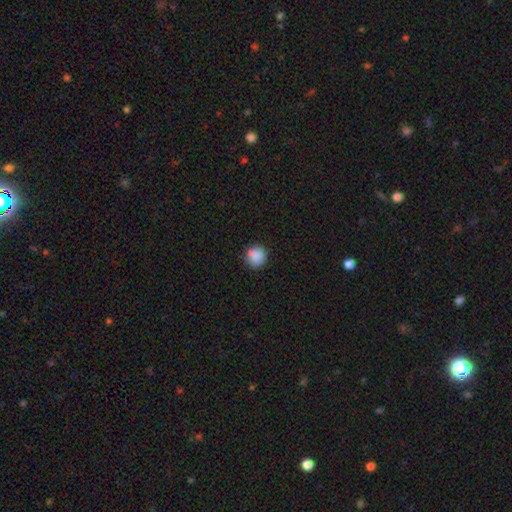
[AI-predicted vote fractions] A smooth galaxy with no disk features (87%) that is round (90%).

Vote fractions:
- Smooth or featured? smooth: 87% / star or artifact: 9% / featured or disk: 4%
- How rounded? round: 90% / in between: 9% / cigar-shaped: 1%
- Merging? none: 82% / minor disturbance: 12% / merger: 3% / major disturbance: 3%